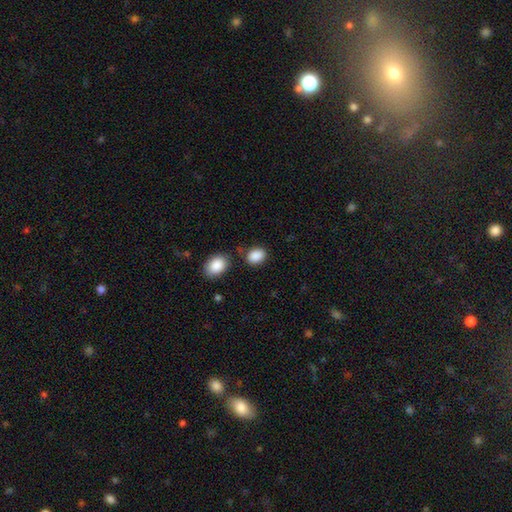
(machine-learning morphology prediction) Smooth or featured: smooth — 89% (star or artifact — 8%)
How rounded: in between — 73% (round — 26%)
Merging: none — 73% (minor disturbance — 14%)